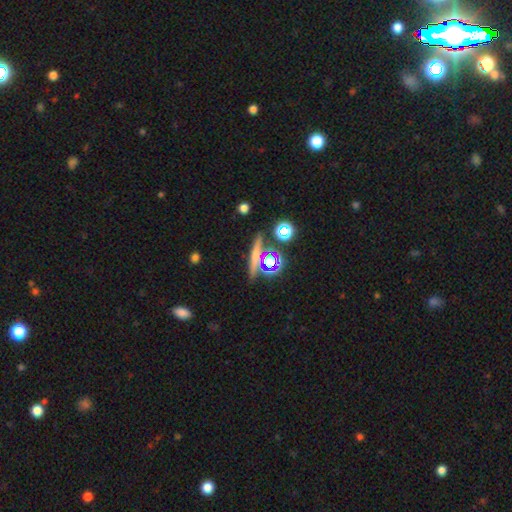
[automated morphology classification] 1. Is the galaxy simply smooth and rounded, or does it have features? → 44% smooth, 28% star or artifact, 27% featured or disk.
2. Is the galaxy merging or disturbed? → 77% none, 10% minor disturbance, 9% merger, 4% major disturbance.